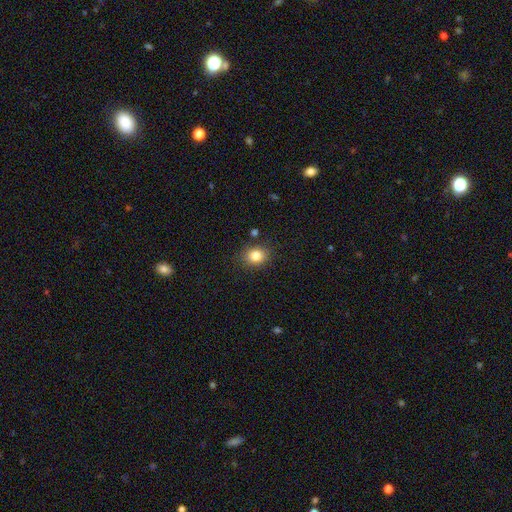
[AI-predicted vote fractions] smooth 83%, star or artifact 11%, featured or disk 7%. Down the decision tree: how rounded — round (56%); merging — none (84%).